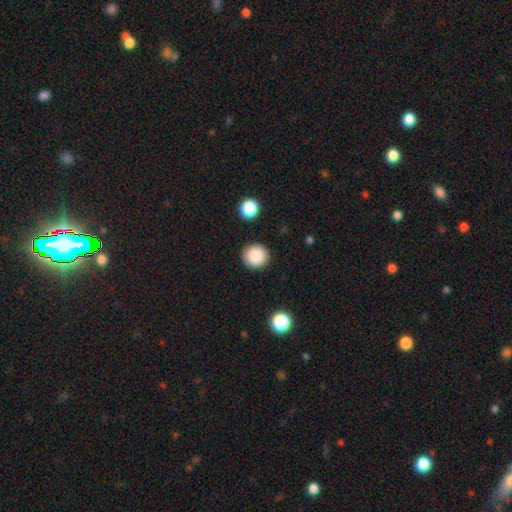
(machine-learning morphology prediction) smooth_or_featured: smooth (p=0.88) [alt: star or artifact p=0.09]
how_rounded: round (p=0.94) [alt: in between p=0.05]
merging: none (p=0.90) [alt: minor disturbance p=0.06]